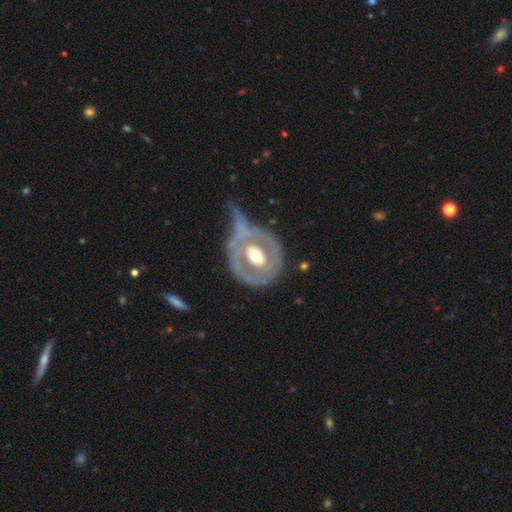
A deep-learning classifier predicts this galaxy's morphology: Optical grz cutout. It shows a featured or disk galaxy (68%) with no bar (54%), no spiral arms (66%) and a moderate central bulge (69%). Merging: none (40%).